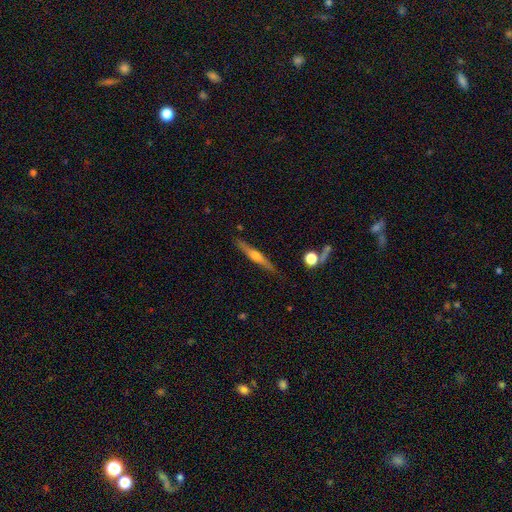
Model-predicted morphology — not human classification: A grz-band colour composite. It shows a featured or disk galaxy (68%) viewed edge-on (96%) with a rounded central bulge (86%). Merging: none (86%).